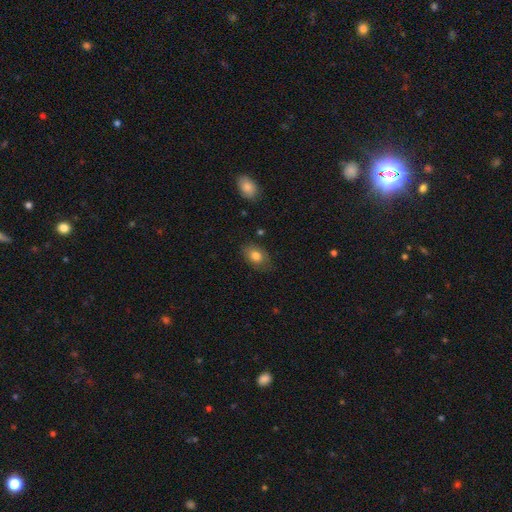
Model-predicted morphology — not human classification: Overall: smooth (78%). How rounded: in between (79%). Merging: none (78%).